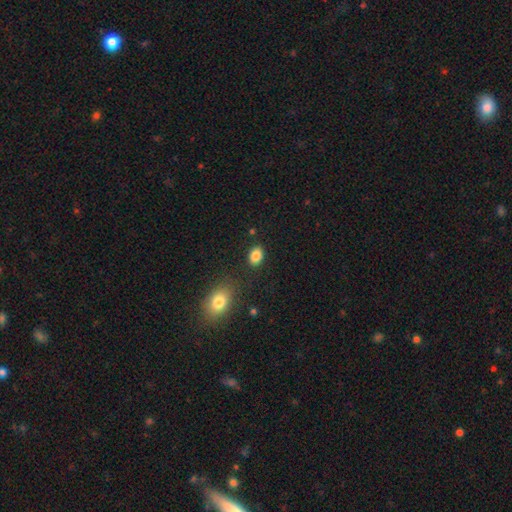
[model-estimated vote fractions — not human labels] smooth-or-featured: smooth: 86% | star or artifact: 9% | featured or disk: 5%
  how-rounded: in between: 79% | round: 20% | cigar-shaped: 1%
  merging: none: 85% | minor disturbance: 10% | merger: 3% | major disturbance: 3%